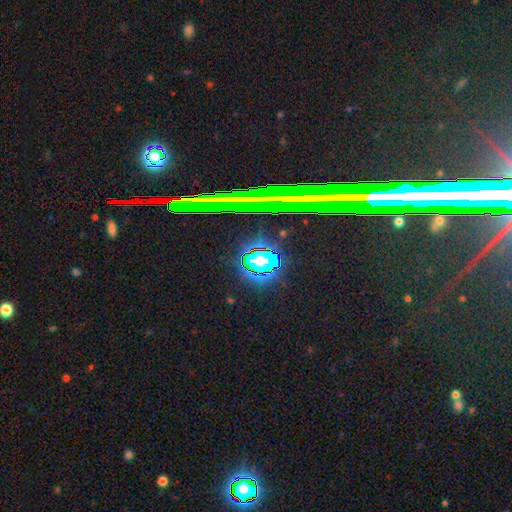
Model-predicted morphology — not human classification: type=star or artifact (80%).